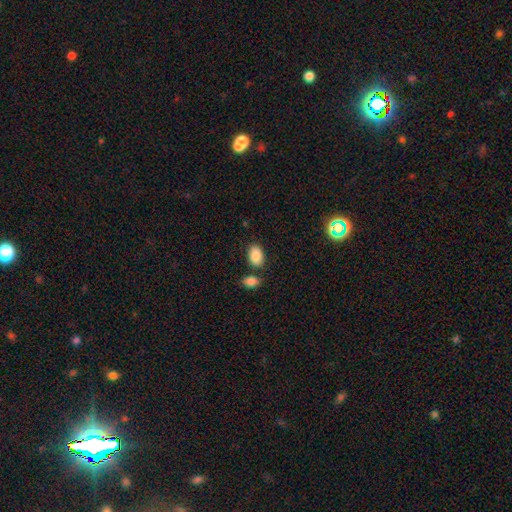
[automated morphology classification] Overall: smooth (87%). How rounded: in between (88%). Merging: none (75%).